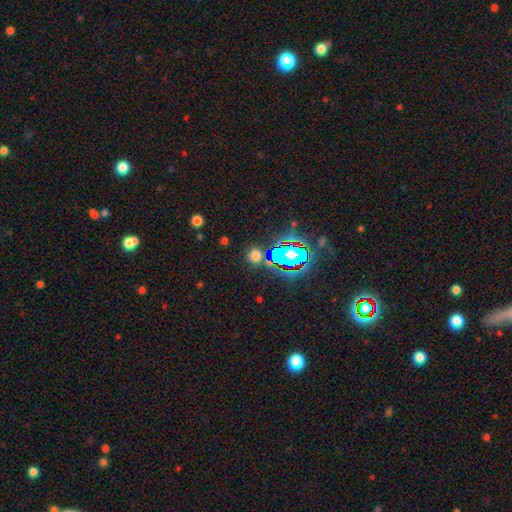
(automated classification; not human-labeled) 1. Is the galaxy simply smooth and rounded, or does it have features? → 58% smooth, 34% star or artifact, 7% featured or disk.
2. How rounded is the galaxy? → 86% round, 13% in between, 1% cigar-shaped.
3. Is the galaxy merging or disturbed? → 82% none, 8% minor disturbance, 6% merger, 4% major disturbance.